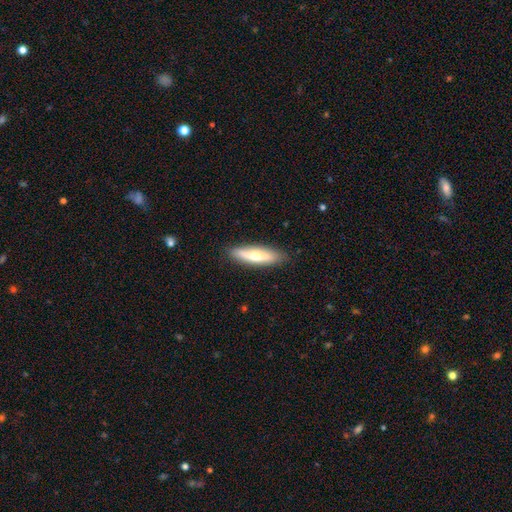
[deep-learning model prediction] Smooth or featured? smooth (56%)
How rounded? cigar-shaped (71%)
Merging? none (87%)